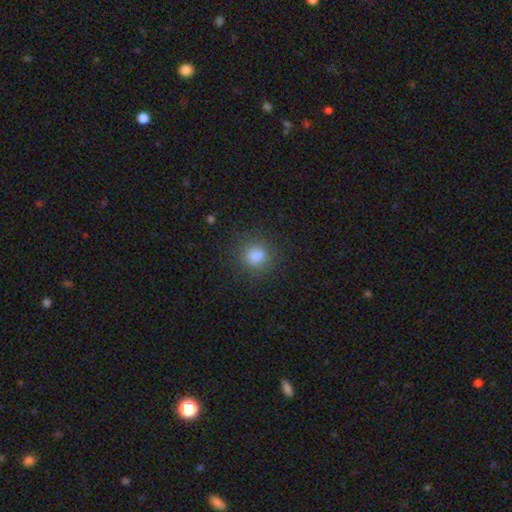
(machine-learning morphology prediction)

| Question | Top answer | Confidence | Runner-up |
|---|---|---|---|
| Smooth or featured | smooth | 83% | star or artifact (12%) |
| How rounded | round | 80% | in between (19%) |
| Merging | none | 82% | minor disturbance (11%) |